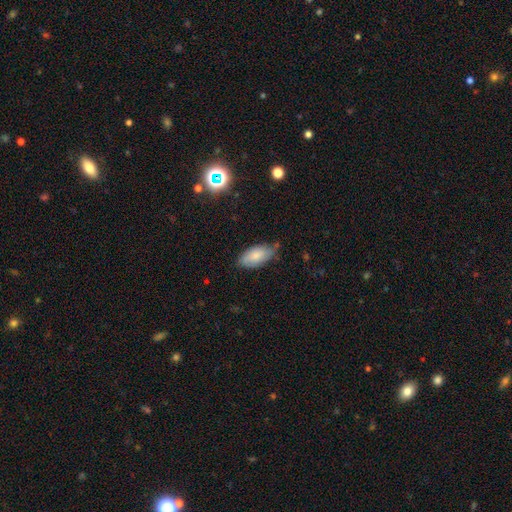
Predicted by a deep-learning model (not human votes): Q: Smooth or featured?
A: smooth (73%); runner-up: featured or disk (20%)
Q: How rounded?
A: in between (92%); runner-up: cigar-shaped (5%)
Q: Merging?
A: none (62%); runner-up: minor disturbance (30%)